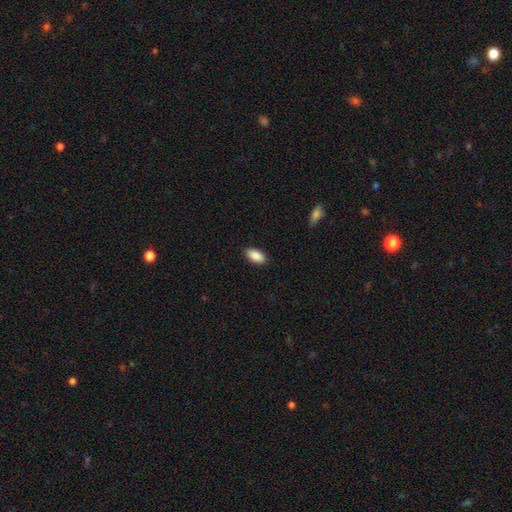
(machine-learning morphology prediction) A smooth galaxy with no disk features (90%) that is in between round and cigar-shaped (92%). Merging: none (89%).